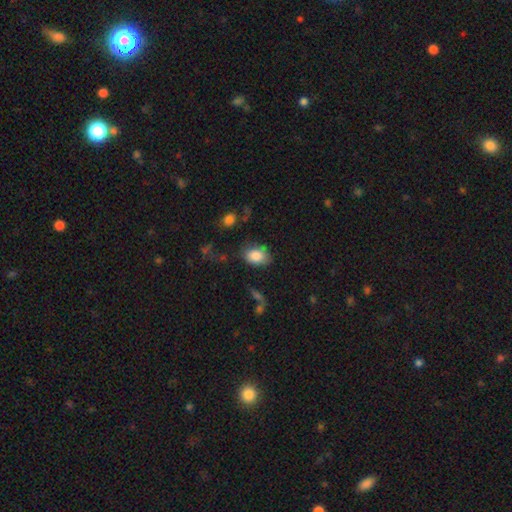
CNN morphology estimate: Smooth or featured?
  - smooth: 84% *
  - star or artifact: 8%
  - featured or disk: 7%
How rounded?
  - in between: 79% *
  - round: 20%
  - cigar-shaped: 1%
Merging?
  - none: 68% *
  - minor disturbance: 21%
  - major disturbance: 7%
  - merger: 4%